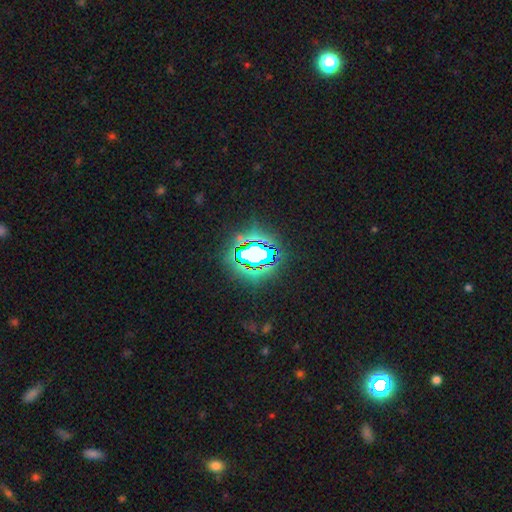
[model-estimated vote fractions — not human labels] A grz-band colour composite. It shows a star or artifact, not a galaxy (69%).